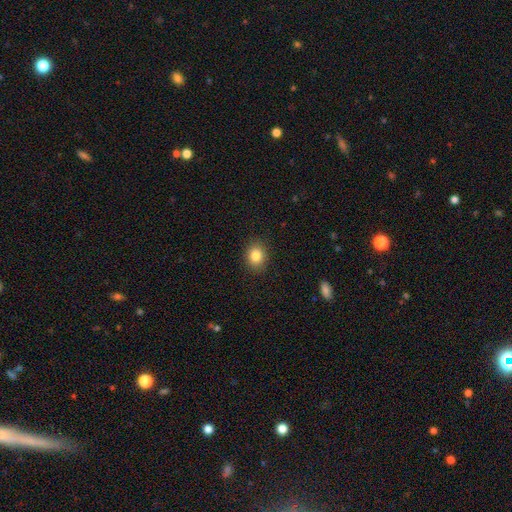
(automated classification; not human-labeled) smooth 84%, star or artifact 10%, featured or disk 6%. Down the decision tree: how rounded — round (58%); merging — none (89%).